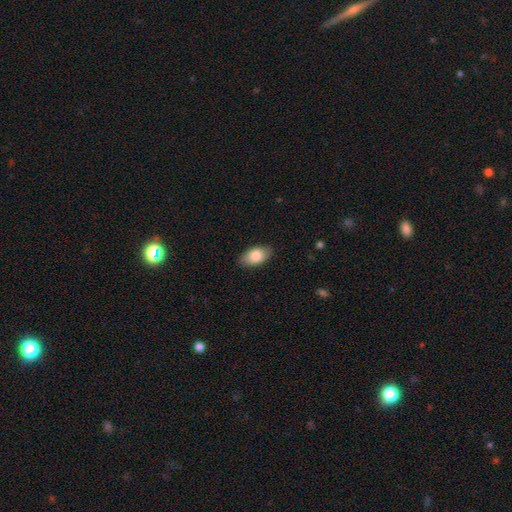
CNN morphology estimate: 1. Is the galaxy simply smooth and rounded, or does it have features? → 84% smooth, 10% featured or disk, 6% star or artifact.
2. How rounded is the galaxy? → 93% in between, 5% round, 2% cigar-shaped.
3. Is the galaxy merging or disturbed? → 85% none, 12% minor disturbance, 3% major disturbance, 1% merger.